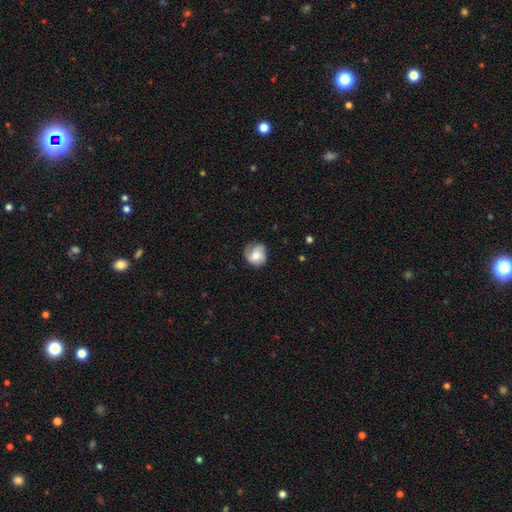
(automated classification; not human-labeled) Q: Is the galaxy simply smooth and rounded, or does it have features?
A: smooth — 52%.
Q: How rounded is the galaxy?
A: round — 81%.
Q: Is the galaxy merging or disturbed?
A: none — 64%.